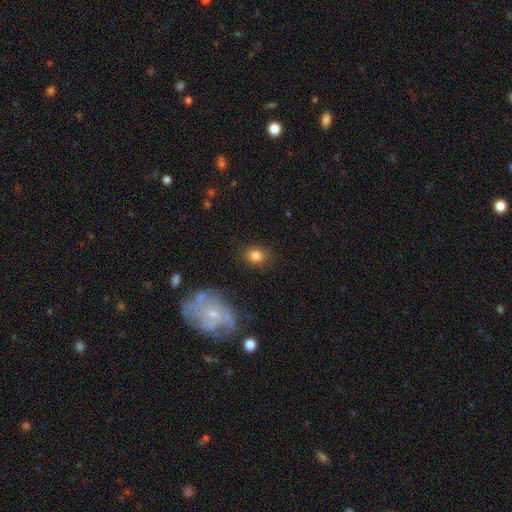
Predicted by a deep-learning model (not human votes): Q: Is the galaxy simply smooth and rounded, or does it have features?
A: smooth — 81%.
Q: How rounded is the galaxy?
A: round — 62%.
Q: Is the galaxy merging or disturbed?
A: none — 84%.